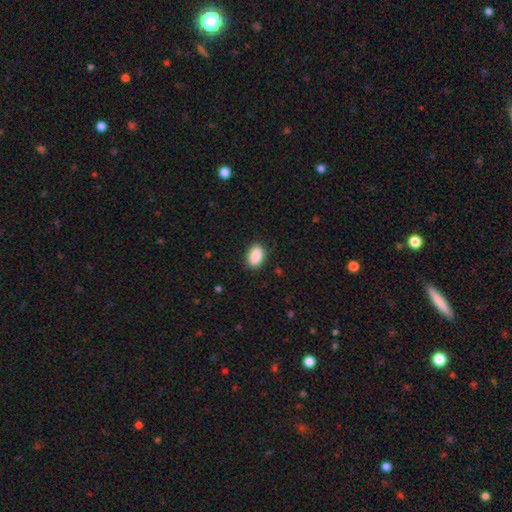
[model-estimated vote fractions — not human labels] Smooth or featured: smooth — 90% (star or artifact — 7%)
How rounded: in between — 90% (round — 9%)
Merging: none — 87% (minor disturbance — 9%)